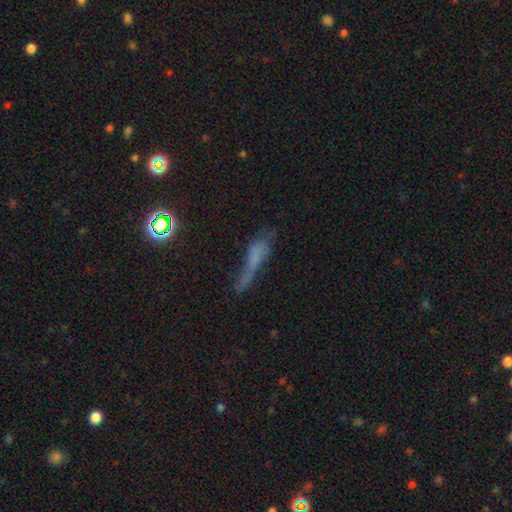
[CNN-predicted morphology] The model was most divided on "merging": none: 34%, major disturbance: 32%, minor disturbance: 26%, merger: 9%. More confident: how rounded — cigar-shaped (69%); smooth or featured — smooth (51%).